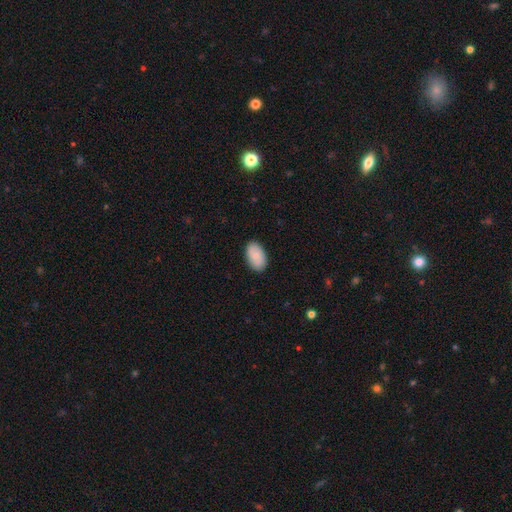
Smooth or featured? 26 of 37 (70%) said smooth. How rounded? 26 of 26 (100%) said in between. Merging? 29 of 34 (85%) said none.